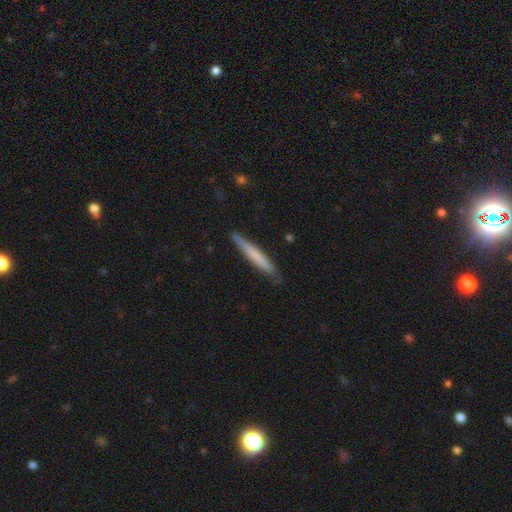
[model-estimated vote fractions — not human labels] Morphology: type=smooth (61%); roundness=cigar-shaped (96%); merging=none (84%).